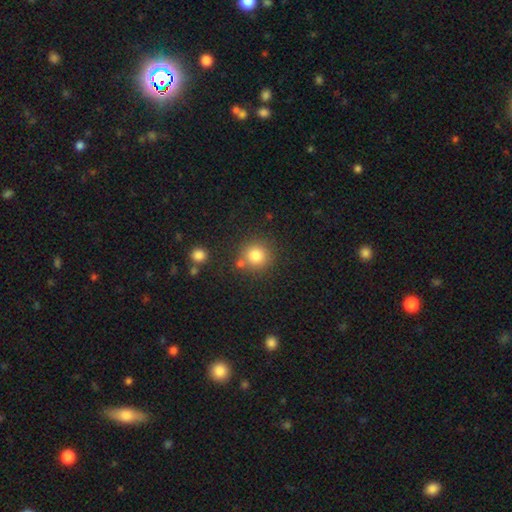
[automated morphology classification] This is clearly a smooth galaxy (81%). How rounded: clearly round (92%). Merging: likely none (75%).